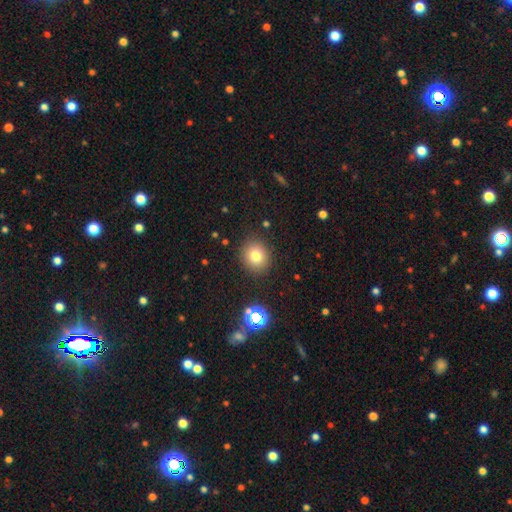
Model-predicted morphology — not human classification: This appears to be a smooth galaxy with no disk features (76%) that is round (80%). Merging: none (88%).